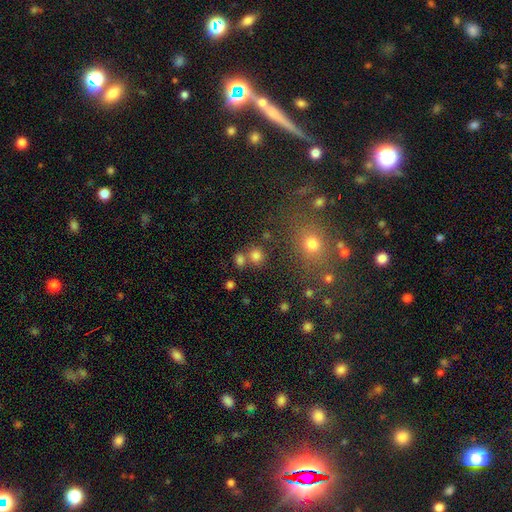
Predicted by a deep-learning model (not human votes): Overall: smooth (77%). How rounded: round (87%). Merging: none (68%).